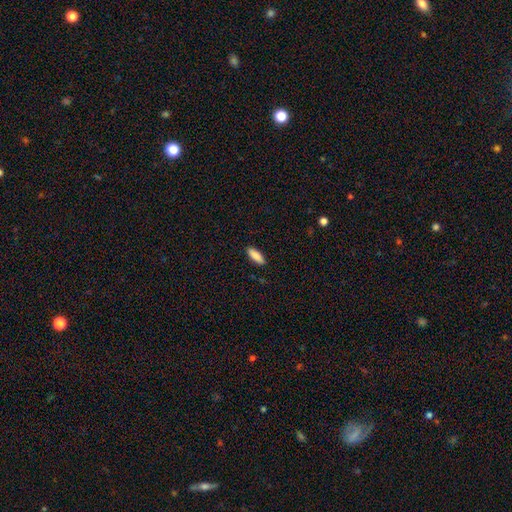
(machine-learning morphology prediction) Smooth or featured? Predicted: smooth (p=0.86). How rounded? Predicted: in between (p=0.61). Merging? Predicted: none (p=0.90).